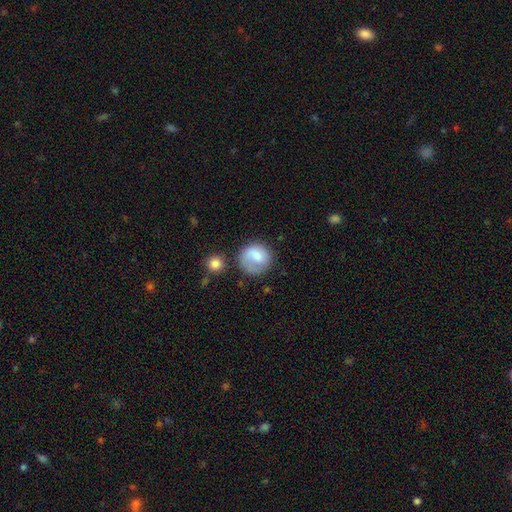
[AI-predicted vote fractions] Smooth or featured?
  - smooth: 72% *
  - featured or disk: 20%
  - star or artifact: 7%
How rounded?
  - round: 85% *
  - in between: 14%
  - cigar-shaped: 1%
Merging?
  - none: 60% *
  - minor disturbance: 21%
  - major disturbance: 13%
  - merger: 5%